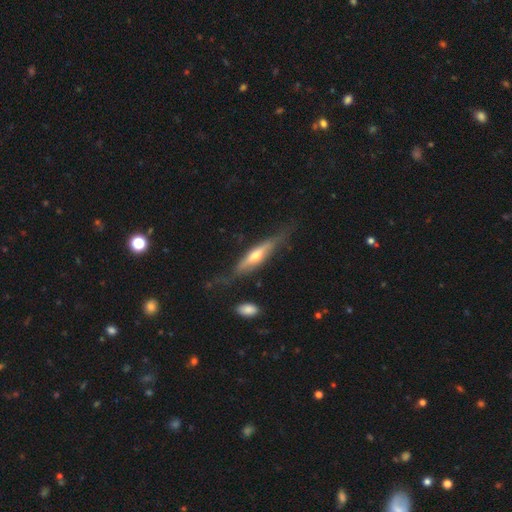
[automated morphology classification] smooth-or-featured: featured or disk: 63% | smooth: 31% | star or artifact: 6%
  disk-edge-on: yes: 89% | no: 11%
    edge-on-bulge: rounded: 85% | boxy: 8% | none: 7%
  merging: none: 68% | minor disturbance: 21% | major disturbance: 9% | merger: 3%